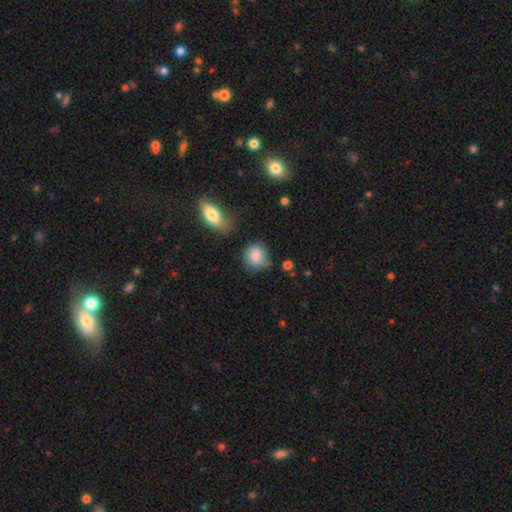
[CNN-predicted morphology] A smooth galaxy with no disk features (85%) that is round (73%). Merging: none (68%).